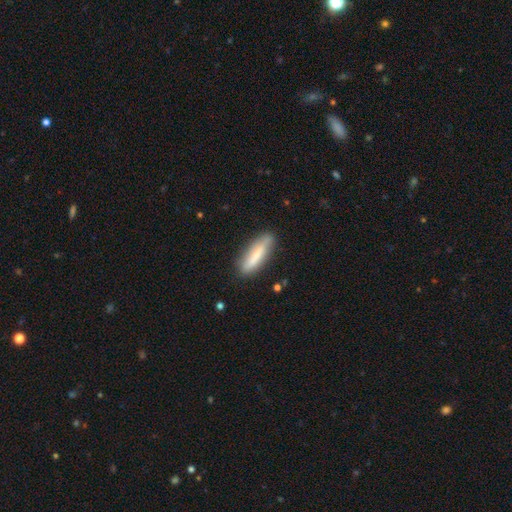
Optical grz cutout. It shows a smooth galaxy with no disk features (67%) that is cigar-shaped (73%). Merging: none (64%).